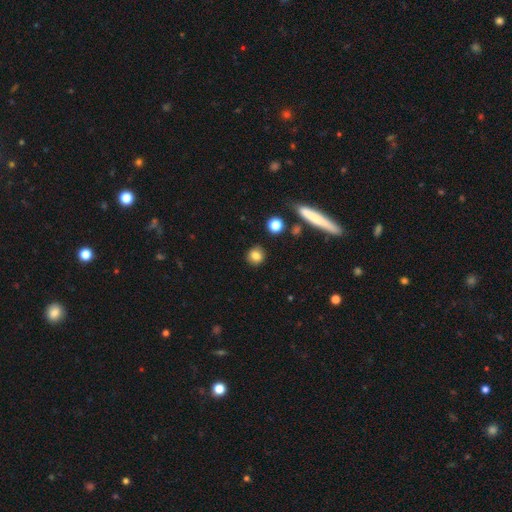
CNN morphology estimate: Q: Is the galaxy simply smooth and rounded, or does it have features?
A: smooth — 82%.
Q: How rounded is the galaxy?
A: round — 87%.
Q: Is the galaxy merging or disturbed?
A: none — 88%.